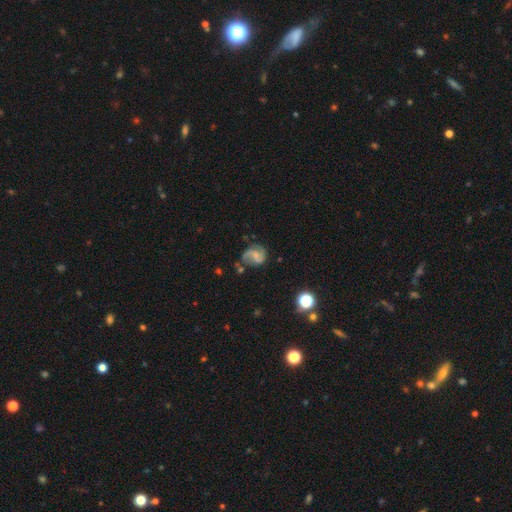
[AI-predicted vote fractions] Smooth or featured: featured or disk — 64% (smooth — 26%)
Edge-on disk: no — 98% (yes — 2%)
Bar: no — 47% (weak — 41%)
Spiral arms: yes — 89% (no — 11%)
Spiral winding: loose — 42% (medium — 41%)
Spiral arm count: 2 — 69% (1 — 18%)
Bulge size: none — 48% (small — 33%)
Merging: none — 47% (minor disturbance — 25%)